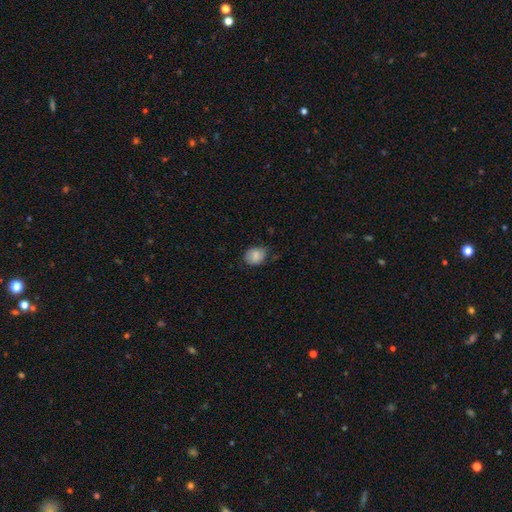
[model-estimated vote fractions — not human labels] This is clearly a smooth galaxy (80%). How rounded: possibly in between (53%). Merging: likely none (65%).